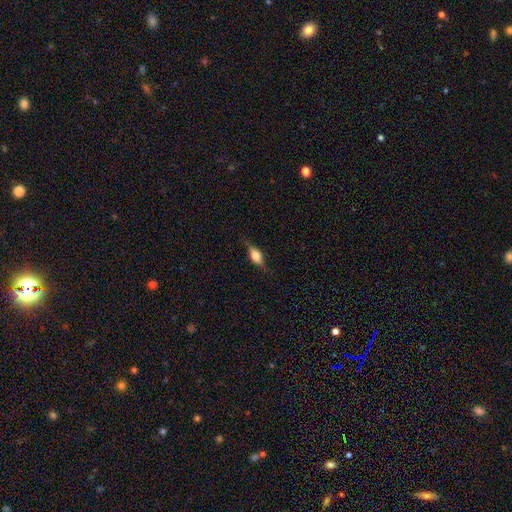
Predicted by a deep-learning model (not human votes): smooth-or-featured: smooth: 49% | featured or disk: 43% | star or artifact: 8%
  merging: none: 75% | minor disturbance: 19% | major disturbance: 5% | merger: 1%